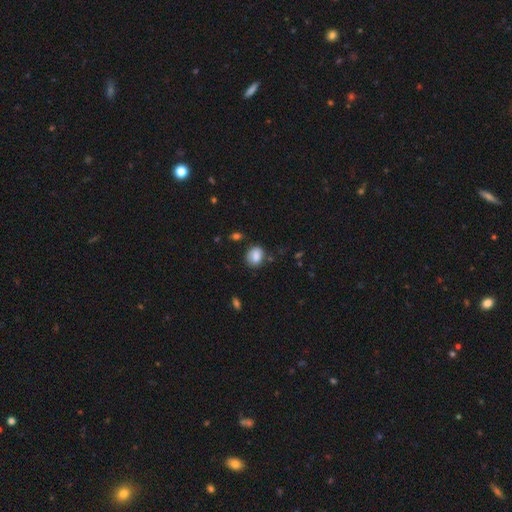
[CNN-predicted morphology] type=smooth (81%); roundness=in between (53%); merging=none (68%).